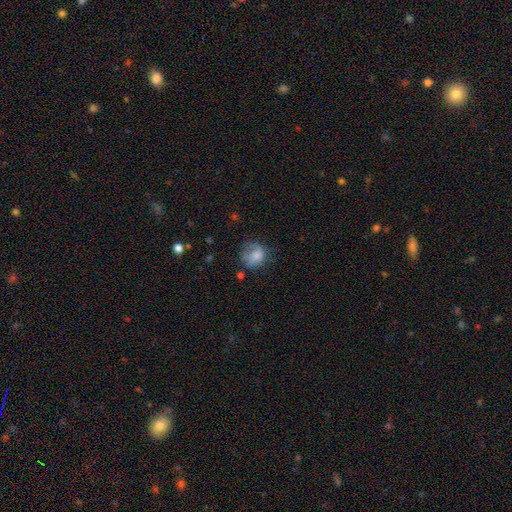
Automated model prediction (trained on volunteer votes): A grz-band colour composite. It shows a smooth galaxy with no disk features (72%) that is round (68%). Merging: none (45%).